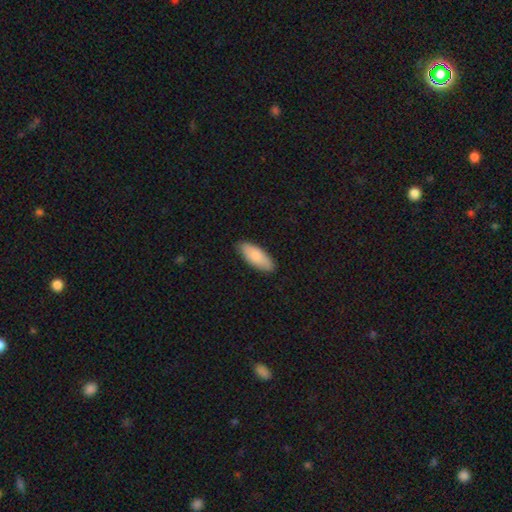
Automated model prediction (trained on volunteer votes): Q: Smooth or featured?
A: smooth (85%); runner-up: featured or disk (10%)
Q: How rounded?
A: in between (77%); runner-up: cigar-shaped (21%)
Q: Merging?
A: none (87%); runner-up: minor disturbance (11%)